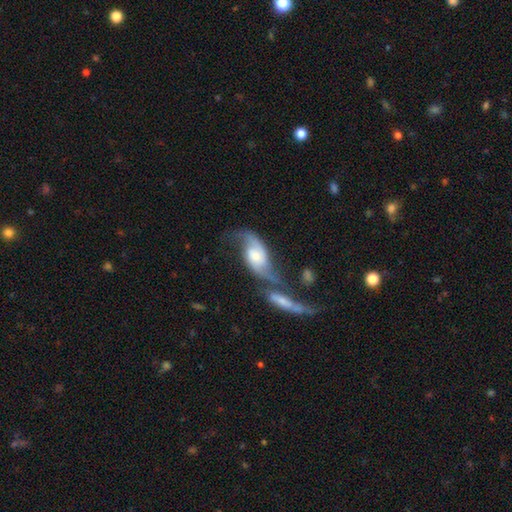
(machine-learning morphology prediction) smooth_or_featured: featured or disk (p=0.78) [alt: smooth p=0.16]
disk_edge_on: no (p=0.93) [alt: yes p=0.07]
bar: no (p=0.54) [alt: weak p=0.37]
has_spiral_arms: yes (p=0.94) [alt: no p=0.06]
spiral_winding: loose (p=0.65) [alt: medium p=0.27]
spiral_arm_count: 2 (p=0.86) [alt: 1 p=0.06]
bulge_size: moderate (p=0.44) [alt: small p=0.30]
merging: merger (p=0.50) [alt: none p=0.24]